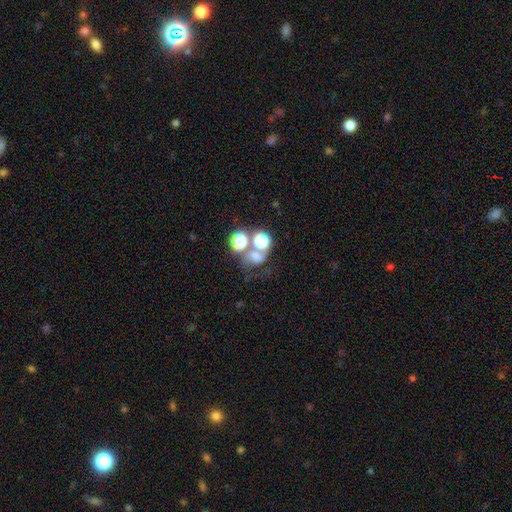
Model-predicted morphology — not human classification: smooth-or-featured: smooth: 52% | star or artifact: 26% | featured or disk: 22%
  how-rounded: round: 65% | in between: 34% | cigar-shaped: 1%
  merging: merger: 40% | none: 37% | major disturbance: 12% | minor disturbance: 11%